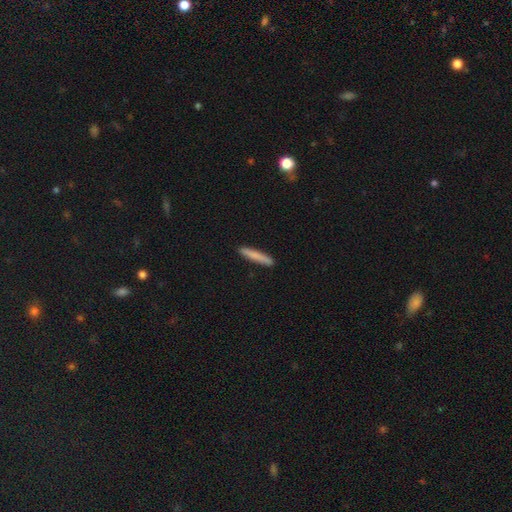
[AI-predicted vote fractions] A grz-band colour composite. It shows a smooth galaxy with no disk features (79%) that is cigar-shaped (94%). Merging: none (91%).